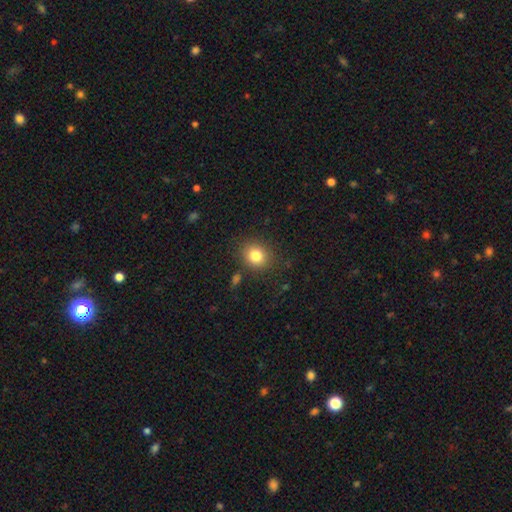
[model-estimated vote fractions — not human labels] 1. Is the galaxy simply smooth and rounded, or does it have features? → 81% smooth, 11% star or artifact, 8% featured or disk.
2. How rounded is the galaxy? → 72% round, 27% in between, 1% cigar-shaped.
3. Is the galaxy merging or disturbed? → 84% none, 10% minor disturbance, 3% major disturbance, 3% merger.